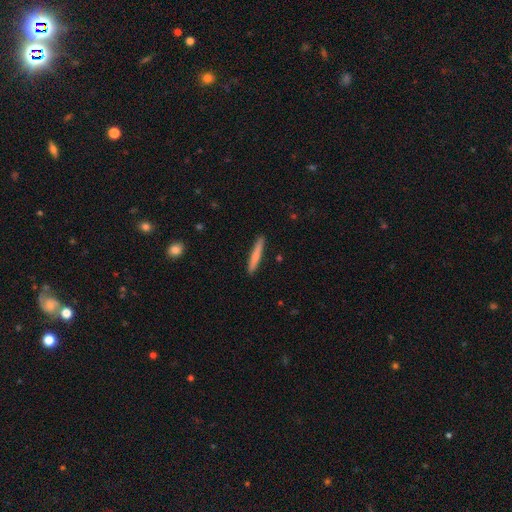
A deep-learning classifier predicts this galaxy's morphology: This appears to be a smooth galaxy with no disk features (72%) that is cigar-shaped (95%). Merging: none (90%).